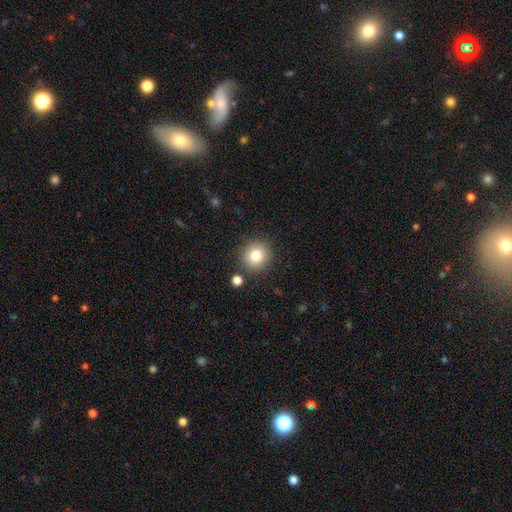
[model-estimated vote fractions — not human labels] Q: Smooth or featured?
A: smooth (81%); runner-up: star or artifact (11%)
Q: How rounded?
A: round (92%); runner-up: in between (7%)
Q: Merging?
A: none (86%); runner-up: minor disturbance (7%)